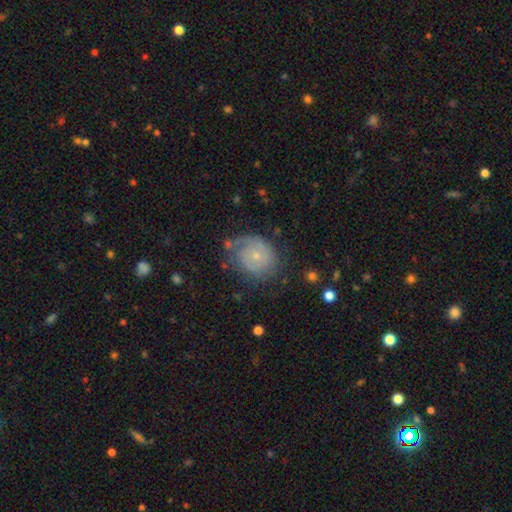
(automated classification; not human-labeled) smooth-or-featured: featured or disk: 66% | smooth: 25% | star or artifact: 9%
  disk-edge-on: no: 97% | yes: 3%
    bar: no: 77% | weak: 20% | strong: 3%
    has-spiral-arms: yes: 87% | no: 13%
      spiral-winding: tight: 63% | medium: 27% | loose: 10%
      spiral-arm-count: 2: 38% | 1: 26% | can't tell: 26% | 3: 6% | 4: 2% | more than 4: 2%
    bulge-size: small: 70% | moderate: 25% | none: 3% | large: 1% | dominant: 1%
  merging: none: 65% | minor disturbance: 22% | major disturbance: 11% | merger: 2%